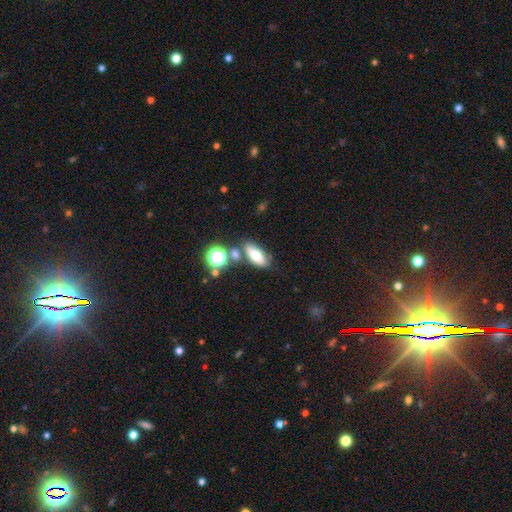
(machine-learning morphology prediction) smooth_or_featured: smooth (p=0.67) [alt: featured or disk p=0.21]
how_rounded: in between (p=0.72) [alt: cigar-shaped p=0.18]
merging: none (p=0.64) [alt: merger p=0.17]